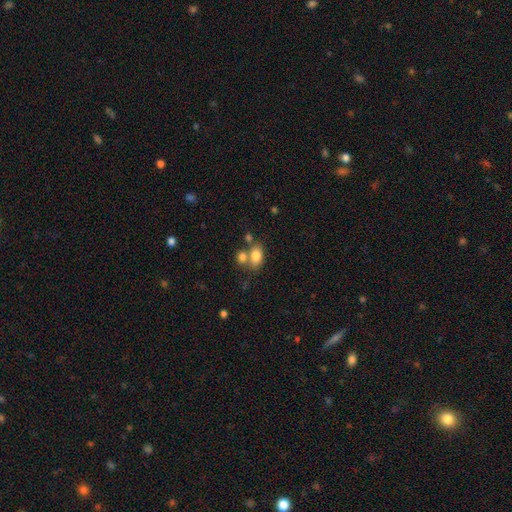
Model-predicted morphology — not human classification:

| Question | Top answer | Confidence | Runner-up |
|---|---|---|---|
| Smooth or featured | smooth | 80% | featured or disk (11%) |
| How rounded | in between | 82% | round (16%) |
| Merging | none | 47% | merger (36%) |